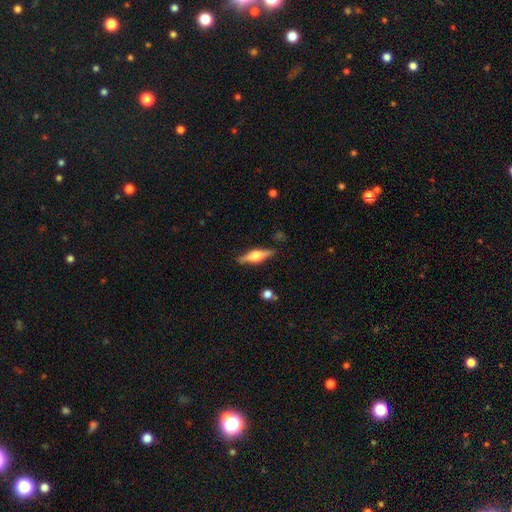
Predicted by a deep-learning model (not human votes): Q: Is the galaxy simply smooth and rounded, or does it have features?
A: featured or disk — 66%.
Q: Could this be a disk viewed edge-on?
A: yes — 96%.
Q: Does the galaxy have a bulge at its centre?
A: rounded — 88%.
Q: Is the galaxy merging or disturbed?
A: none — 87%.